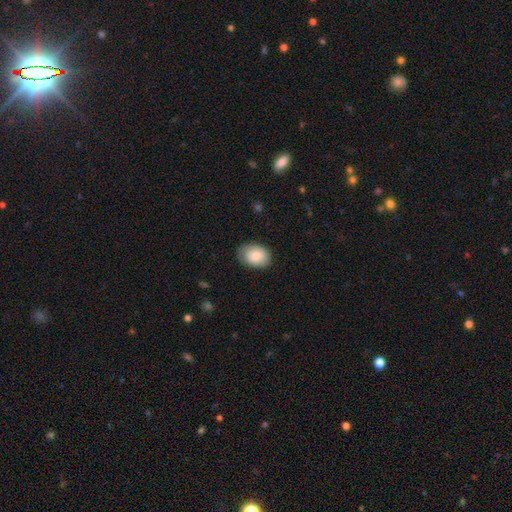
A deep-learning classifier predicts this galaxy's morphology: Q: Smooth or featured?
A: smooth (82%); runner-up: featured or disk (12%)
Q: How rounded?
A: in between (78%); runner-up: round (21%)
Q: Merging?
A: none (76%); runner-up: minor disturbance (19%)